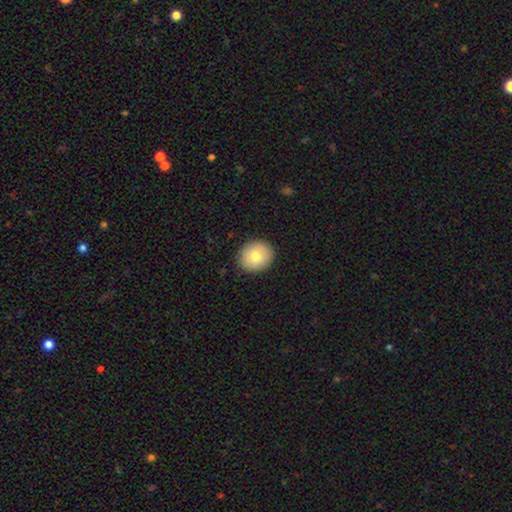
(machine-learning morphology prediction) Q: Smooth or featured?
A: smooth (77%); runner-up: featured or disk (14%)
Q: How rounded?
A: round (78%); runner-up: in between (21%)
Q: Merging?
A: none (89%); runner-up: minor disturbance (8%)